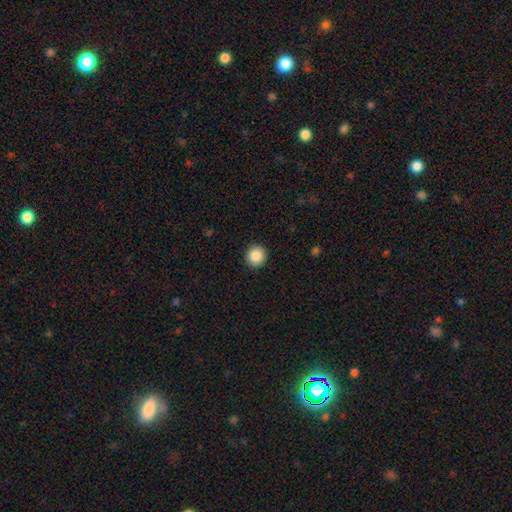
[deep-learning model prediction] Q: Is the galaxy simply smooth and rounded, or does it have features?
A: smooth — 87%.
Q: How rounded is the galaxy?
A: round — 94%.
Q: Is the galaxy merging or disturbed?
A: none — 93%.